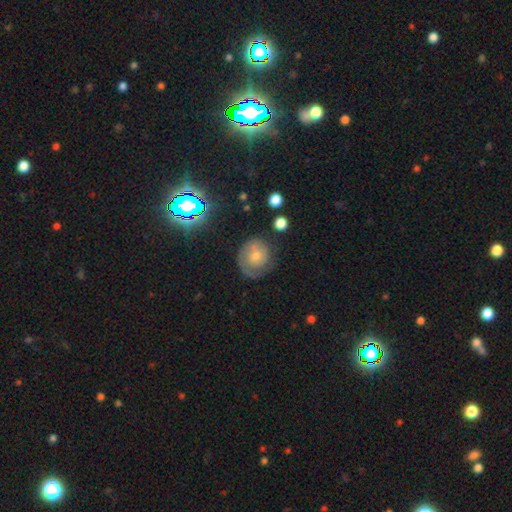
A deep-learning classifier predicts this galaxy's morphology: A featured or disk galaxy (61%) with no bar (76%), 2 (37%) tight (67%) spiral arms (87%) and a small central bulge (48%). Merging: none (71%).